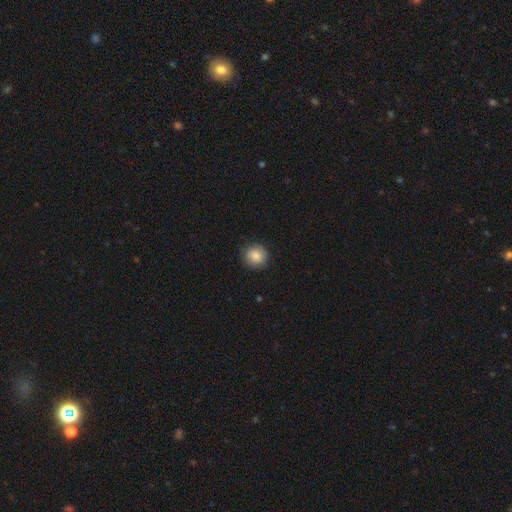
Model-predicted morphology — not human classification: Smooth or featured?
  - smooth: 84% *
  - star or artifact: 8%
  - featured or disk: 8%
How rounded?
  - round: 92% *
  - in between: 7%
  - cigar-shaped: 1%
Merging?
  - none: 88% *
  - minor disturbance: 9%
  - major disturbance: 2%
  - merger: 1%